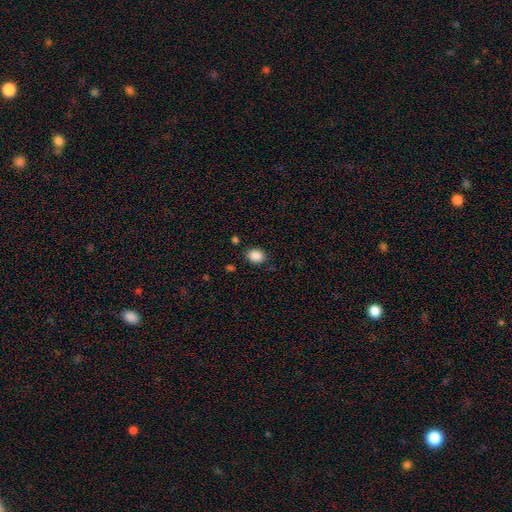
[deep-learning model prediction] Smooth or featured?
  - smooth: 88% *
  - star or artifact: 9%
  - featured or disk: 3%
How rounded?
  - in between: 51% *
  - round: 48%
  - cigar-shaped: 1%
Merging?
  - none: 83% *
  - minor disturbance: 12%
  - major disturbance: 3%
  - merger: 2%